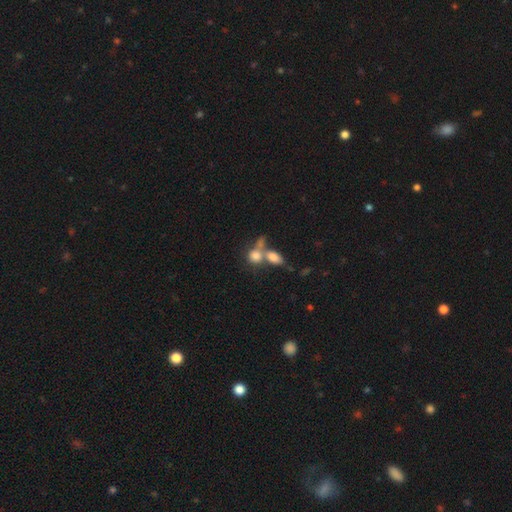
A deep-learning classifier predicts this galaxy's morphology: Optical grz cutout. It shows a smooth galaxy with no disk features (76%) that is round (49%). Merging: merger (58%).